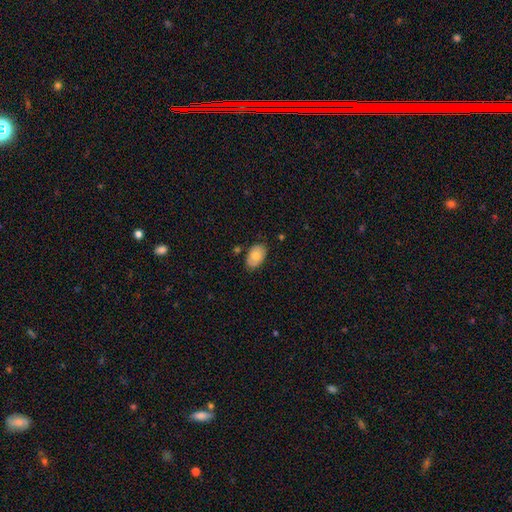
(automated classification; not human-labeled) Smooth or featured? smooth (75%)
How rounded? in between (91%)
Merging? none (78%)